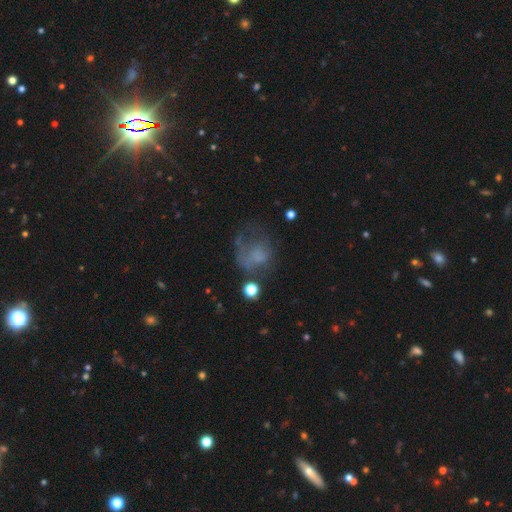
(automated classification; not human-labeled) This is possibly a smooth galaxy (48%). Merging: marginally major disturbance (43%).